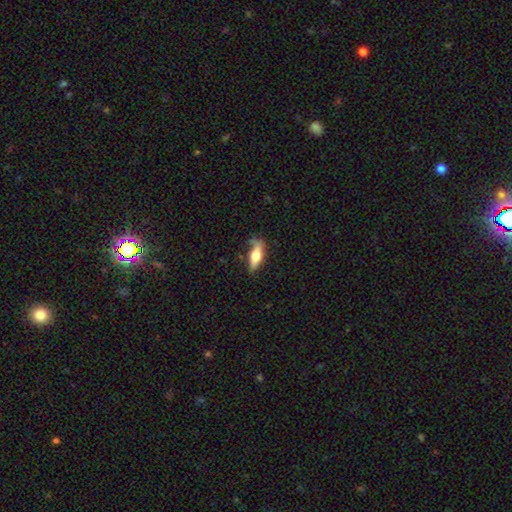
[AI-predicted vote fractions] A smooth galaxy with no disk features (61%) that is in between round and cigar-shaped (59%).

Vote fractions:
- Smooth or featured? smooth: 61% / featured or disk: 32% / star or artifact: 7%
- How rounded? in between: 59% / cigar-shaped: 37% / round: 3%
- Merging? none: 58% / minor disturbance: 26% / major disturbance: 9% / merger: 7%